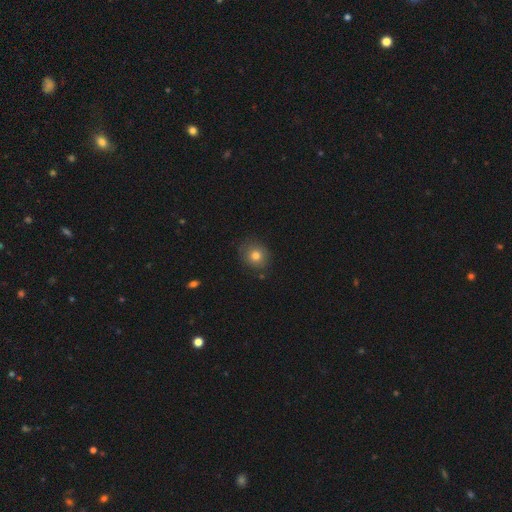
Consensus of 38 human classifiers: Smooth or featured: smooth — 76% (featured or disk — 13%)
How rounded: round — 90% (in between — 10%)
Merging: none — 79% (minor disturbance — 21%)